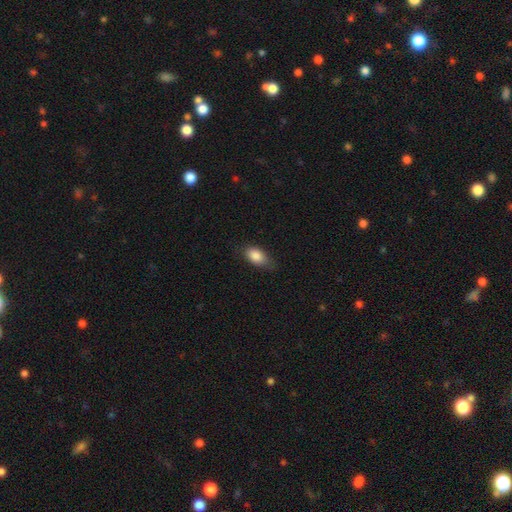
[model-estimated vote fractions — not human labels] Smooth or featured?
  - smooth: 86% *
  - featured or disk: 7%
  - star or artifact: 7%
How rounded?
  - in between: 89% *
  - round: 8%
  - cigar-shaped: 4%
Merging?
  - none: 71% *
  - minor disturbance: 23%
  - major disturbance: 5%
  - merger: 1%